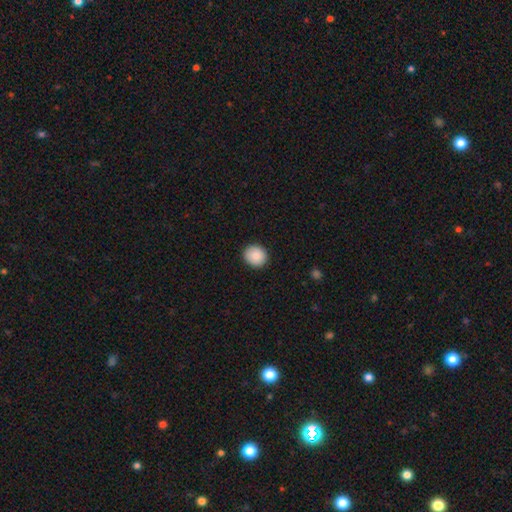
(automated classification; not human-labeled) A smooth galaxy with no disk features (87%) that is round (81%). Merging: none (90%).